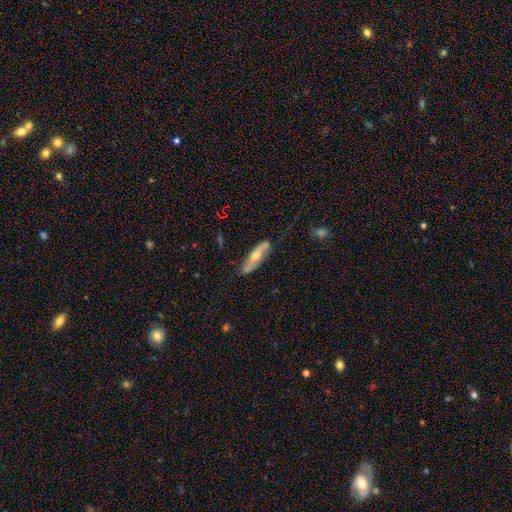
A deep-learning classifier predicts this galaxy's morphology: The model was most divided on "smooth or featured": featured or disk: 51%, smooth: 43%, star or artifact: 6%. More confident: merging — none (76%); edge-on disk — yes (58%).